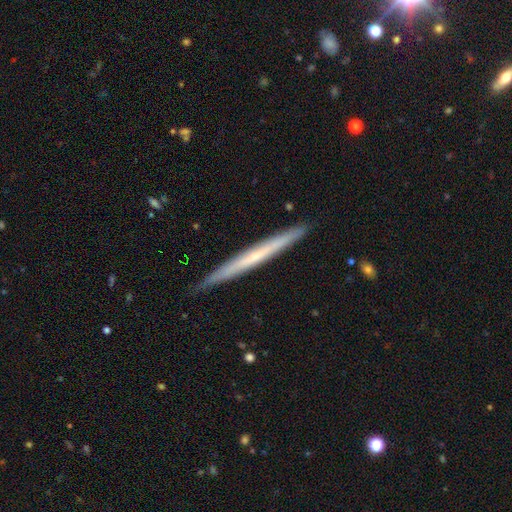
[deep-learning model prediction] smooth-or-featured: featured or disk: 57% | smooth: 38% | star or artifact: 6%
  disk-edge-on: yes: 96% | no: 4%
    edge-on-bulge: none: 79% | rounded: 17% | boxy: 3%
  merging: none: 89% | minor disturbance: 9% | major disturbance: 1% | merger: 1%